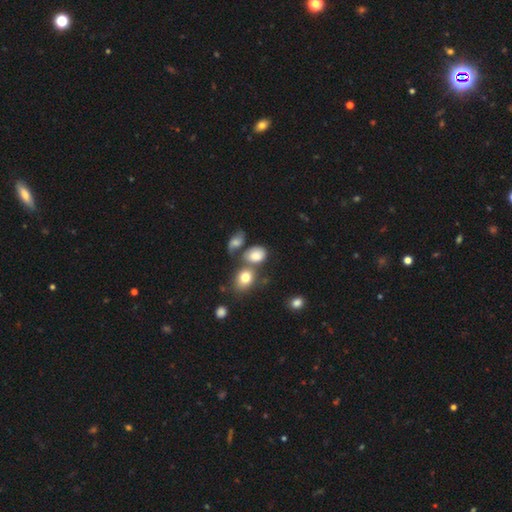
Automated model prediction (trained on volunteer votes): smooth_or_featured: smooth (p=0.75) [alt: featured or disk p=0.14]
how_rounded: in between (p=0.65) [alt: round p=0.33]
merging: none (p=0.48) [alt: merger p=0.27]